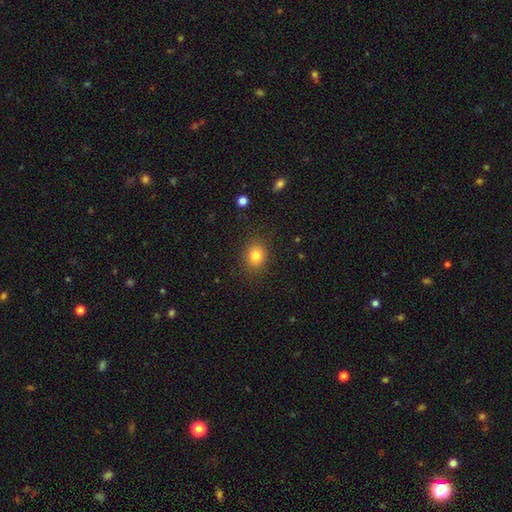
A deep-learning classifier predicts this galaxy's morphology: The model was most divided on "how rounded": round: 60%, in between: 39%, cigar-shaped: 1%. More confident: merging — none (85%); smooth or featured — smooth (82%).